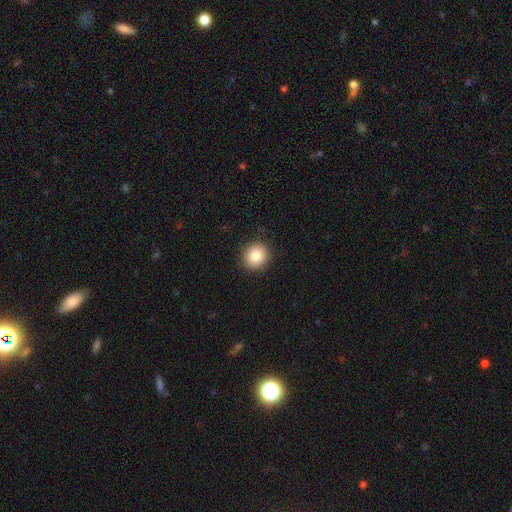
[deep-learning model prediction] Morphology: type=smooth (86%); roundness=round (85%); merging=none (89%).